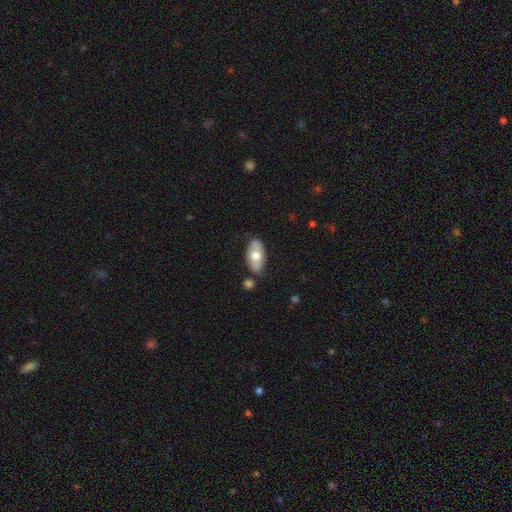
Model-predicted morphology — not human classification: smooth_or_featured: smooth (p=0.64) [alt: featured or disk p=0.31]
how_rounded: in between (p=0.93) [alt: round p=0.04]
merging: none (p=0.73) [alt: minor disturbance p=0.17]